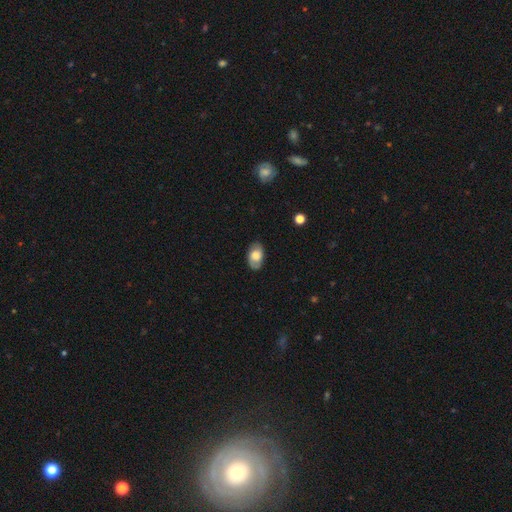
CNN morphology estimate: Smooth or featured? smooth (55%)
How rounded? in between (90%)
Merging? none (79%)